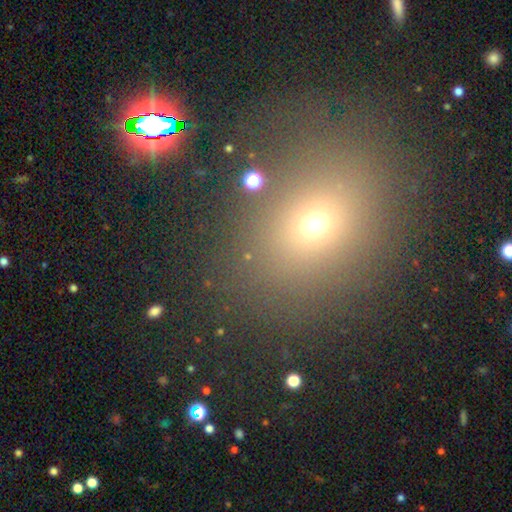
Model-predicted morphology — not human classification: Smooth or featured? Predicted: smooth (p=0.55). How rounded? Predicted: round (p=0.60). Merging? Predicted: none (p=0.81).